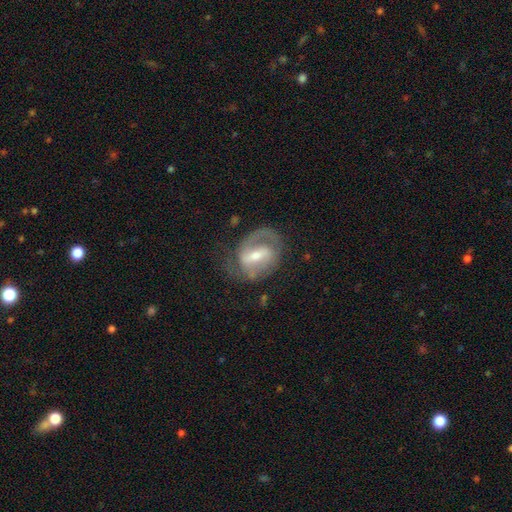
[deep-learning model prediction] The model was most divided on "bar": strong: 48%, weak: 41%, no: 11%. Remaining: edge-on disk — no (96%); spiral arms — yes (87%); smooth or featured — featured or disk (81%); spiral arm count — 2 (66%); merging — none (61%); bulge size — moderate (54%); spiral winding — medium (48%).